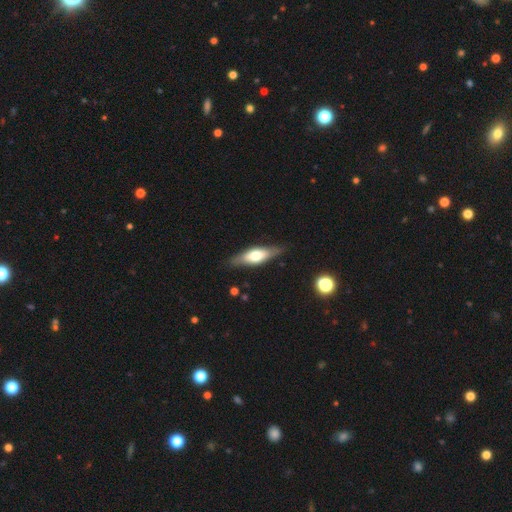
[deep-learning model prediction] A smooth galaxy with no disk features (49%).

Vote fractions:
- Smooth or featured? smooth: 49% / featured or disk: 46% / star or artifact: 6%
- Merging? none: 83% / minor disturbance: 13% / major disturbance: 3% / merger: 1%